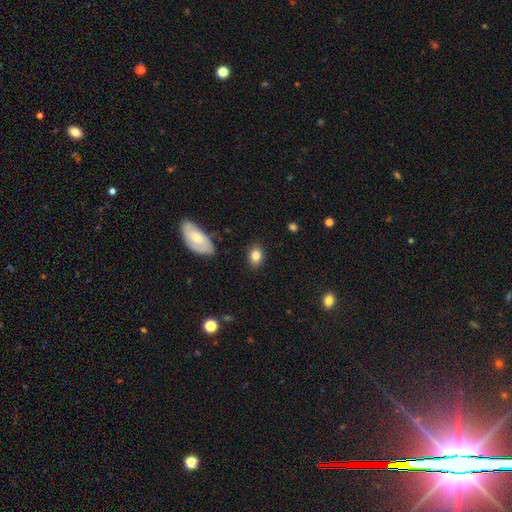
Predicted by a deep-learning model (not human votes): This is clearly a smooth galaxy (84%). How rounded: likely in between (76%). Merging: clearly none (85%).